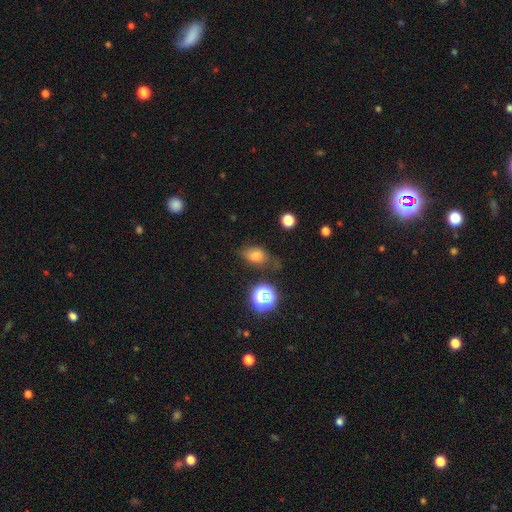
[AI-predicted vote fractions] Overall: smooth (67%). How rounded: in between (75%). Merging: none (63%; minor disturbance 25%).